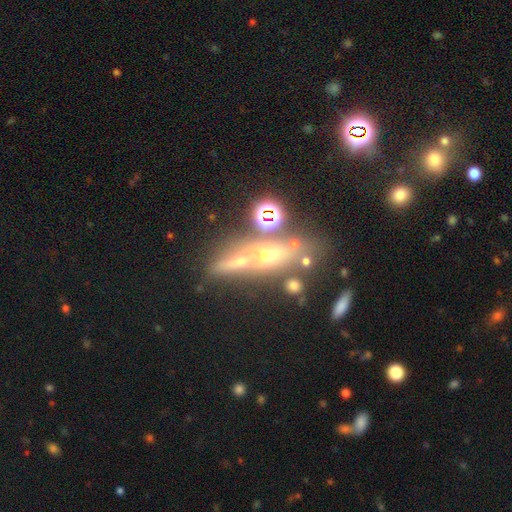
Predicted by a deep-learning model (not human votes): featured or disk 37%, smooth 35%, star or artifact 28%. Down the decision tree: merging — none (54%).